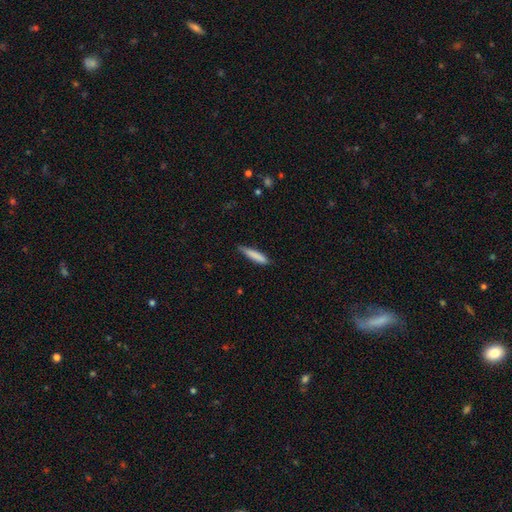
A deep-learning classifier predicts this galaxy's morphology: Q: Smooth or featured?
A: smooth (83%); runner-up: featured or disk (12%)
Q: How rounded?
A: cigar-shaped (87%); runner-up: in between (12%)
Q: Merging?
A: none (78%); runner-up: minor disturbance (18%)